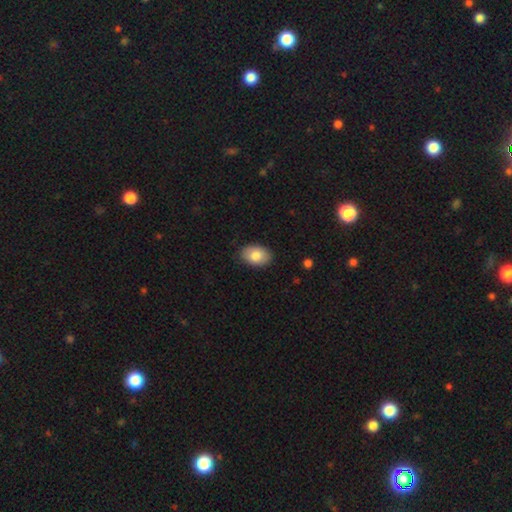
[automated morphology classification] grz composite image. It shows a smooth galaxy with no disk features (82%) that is in between round and cigar-shaped (85%). Merging: none (86%).